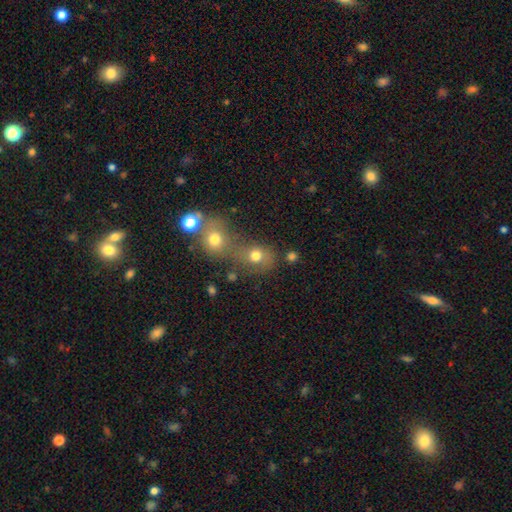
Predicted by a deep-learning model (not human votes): Smooth or featured: smooth — 73% (star or artifact — 16%)
How rounded: round — 69% (in between — 30%)
Merging: merger — 53% (none — 33%)